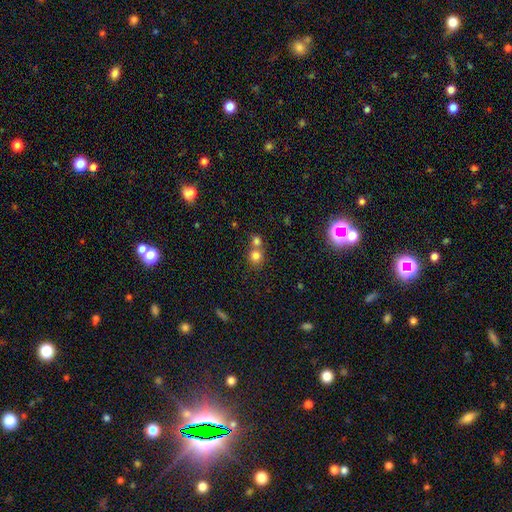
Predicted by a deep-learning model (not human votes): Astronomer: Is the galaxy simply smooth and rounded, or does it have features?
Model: smooth — 79%.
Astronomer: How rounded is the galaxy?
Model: round — 85%.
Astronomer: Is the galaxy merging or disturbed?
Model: merger — 48% (runner-up: none, 43%).